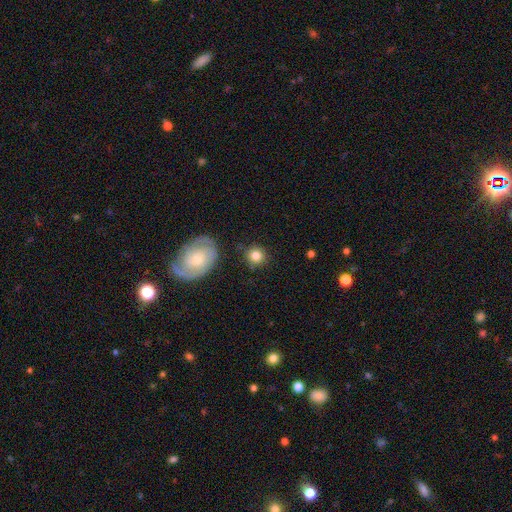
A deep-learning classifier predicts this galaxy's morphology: A smooth galaxy with no disk features (82%) that is round (89%). Merging: none (84%).